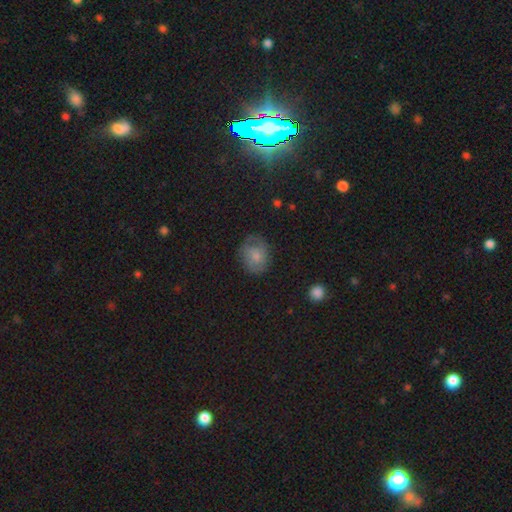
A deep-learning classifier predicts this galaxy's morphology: Q: Smooth or featured?
A: smooth (64%); runner-up: featured or disk (27%)
Q: How rounded?
A: round (55%); runner-up: in between (44%)
Q: Merging?
A: none (63%); runner-up: minor disturbance (25%)